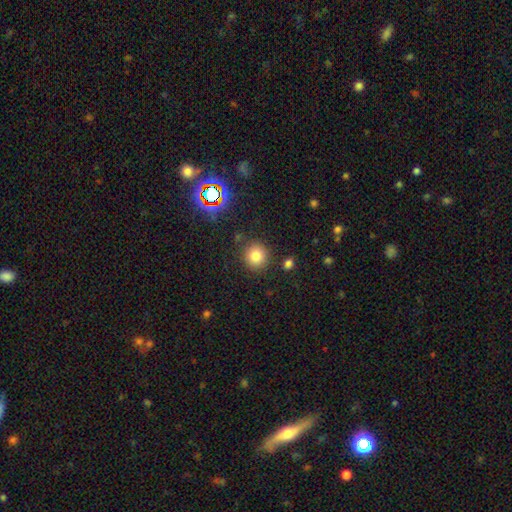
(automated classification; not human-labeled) smooth_or_featured: smooth (p=0.79) [alt: star or artifact p=0.14]
how_rounded: round (p=0.91) [alt: in between p=0.08]
merging: none (p=0.87) [alt: minor disturbance p=0.08]